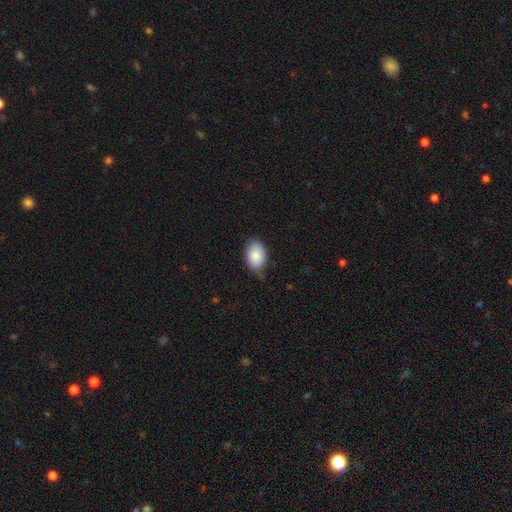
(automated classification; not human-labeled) smooth-or-featured: smooth: 86% | featured or disk: 7% | star or artifact: 7%
  how-rounded: in between: 86% | round: 13% | cigar-shaped: 1%
  merging: none: 64% | minor disturbance: 30% | major disturbance: 5% | merger: 2%